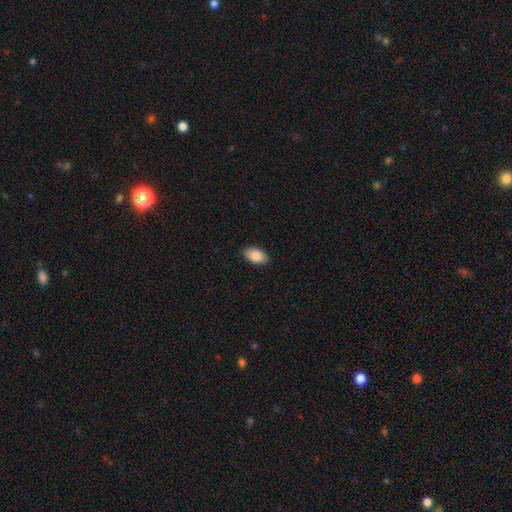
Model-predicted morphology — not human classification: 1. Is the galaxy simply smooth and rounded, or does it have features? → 87% smooth, 7% star or artifact, 7% featured or disk.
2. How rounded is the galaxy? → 94% in between, 4% round, 2% cigar-shaped.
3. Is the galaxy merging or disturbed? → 89% none, 8% minor disturbance, 2% major disturbance, 1% merger.